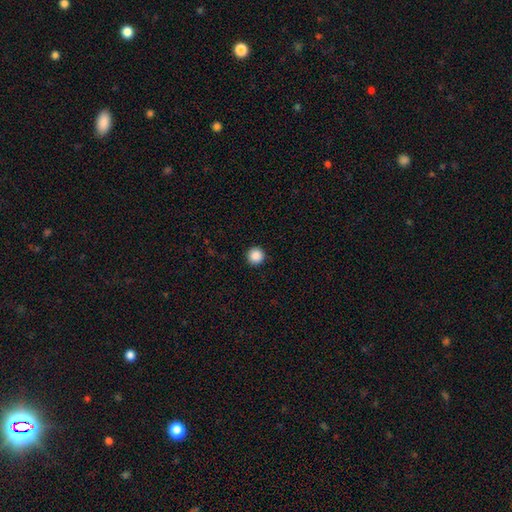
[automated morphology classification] smooth_or_featured: smooth (p=0.88) [alt: star or artifact p=0.10]
how_rounded: round (p=0.96) [alt: in between p=0.03]
merging: none (p=0.93) [alt: minor disturbance p=0.04]